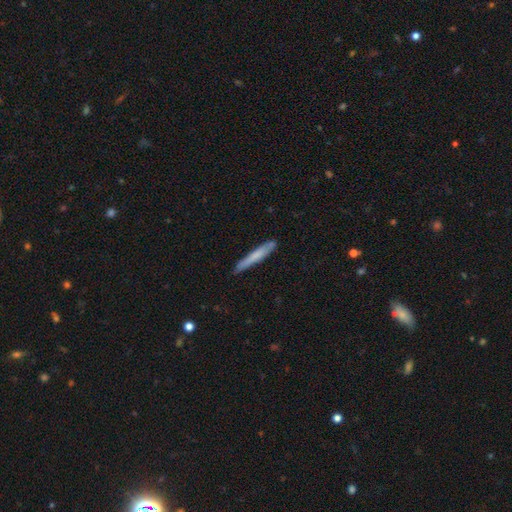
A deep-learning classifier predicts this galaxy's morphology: smooth_or_featured: smooth (p=0.67) [alt: featured or disk p=0.27]
how_rounded: cigar-shaped (p=0.96) [alt: in between p=0.03]
merging: none (p=0.85) [alt: minor disturbance p=0.11]